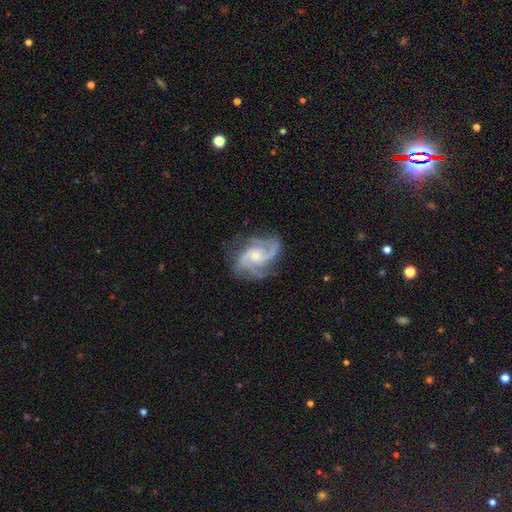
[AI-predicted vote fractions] Overall: featured or disk (91%). Edge-on disk: no (98%). Bar: no (65%; weak 29%). Spiral arms: yes (98%). Spiral arm count: 3 (55%; 2 18%). Spiral winding: medium (55%; tight 29%). Bulge size: small (51%; moderate 43%). Merging: none (72%).